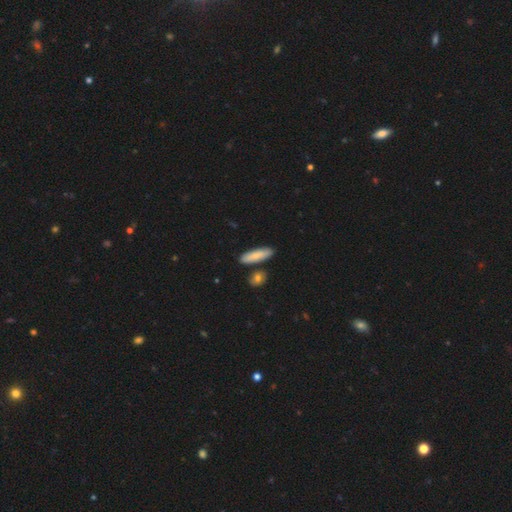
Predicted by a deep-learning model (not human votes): Smooth or featured? smooth (78%)
How rounded? cigar-shaped (60%)
Merging? none (81%)